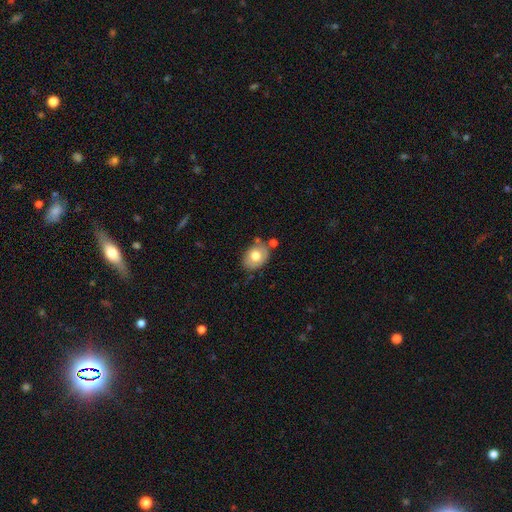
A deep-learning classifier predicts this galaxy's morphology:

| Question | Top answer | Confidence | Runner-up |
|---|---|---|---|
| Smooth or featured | smooth | 69% | featured or disk (24%) |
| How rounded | in between | 69% | round (30%) |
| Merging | none | 66% | minor disturbance (19%) |